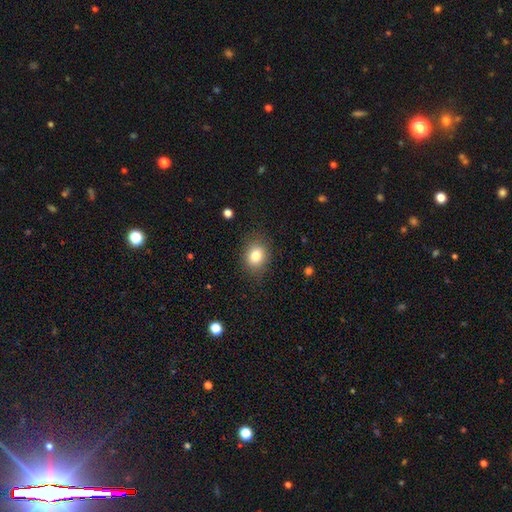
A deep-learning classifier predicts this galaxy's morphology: smooth-or-featured: smooth: 82% | star or artifact: 10% | featured or disk: 8%
  how-rounded: in between: 50% | round: 49% | cigar-shaped: 1%
  merging: none: 81% | minor disturbance: 13% | major disturbance: 4% | merger: 1%